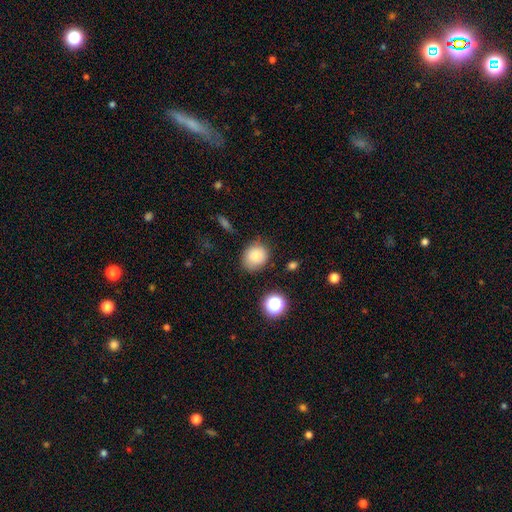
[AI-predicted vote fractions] Overall: smooth (82%). How rounded: round (67%; in between 32%). Merging: none (79%).